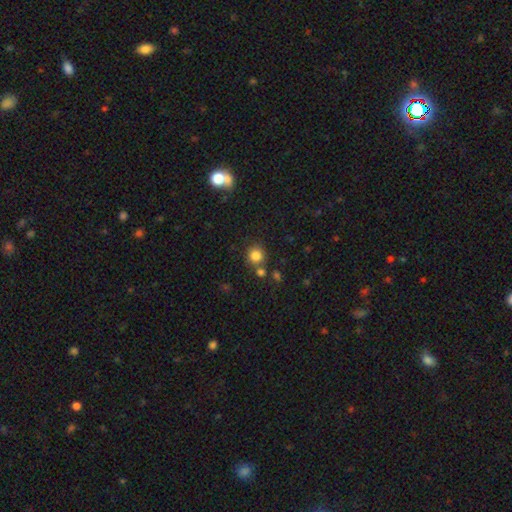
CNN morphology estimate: smooth_or_featured: smooth (p=0.83) [alt: star or artifact p=0.12]
how_rounded: round (p=0.91) [alt: in between p=0.08]
merging: none (p=0.75) [alt: merger p=0.13]